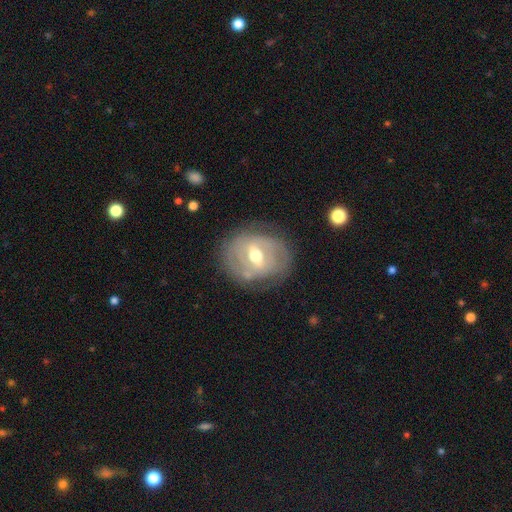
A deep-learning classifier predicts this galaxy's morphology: smooth-or-featured: featured or disk: 76% | smooth: 18% | star or artifact: 6%
  disk-edge-on: no: 95% | yes: 5%
    bar: weak: 47% | strong: 36% | no: 17%
    has-spiral-arms: yes: 70% | no: 30%
      spiral-winding: tight: 58% | medium: 30% | loose: 12%
      spiral-arm-count: 2: 47% | can't tell: 35% | 3: 8% | 1: 5% | 4: 3% | more than 4: 2%
    bulge-size: moderate: 75% | small: 15% | large: 8% | dominant: 1% | none: 1%
  merging: none: 72% | minor disturbance: 19% | major disturbance: 8% | merger: 2%